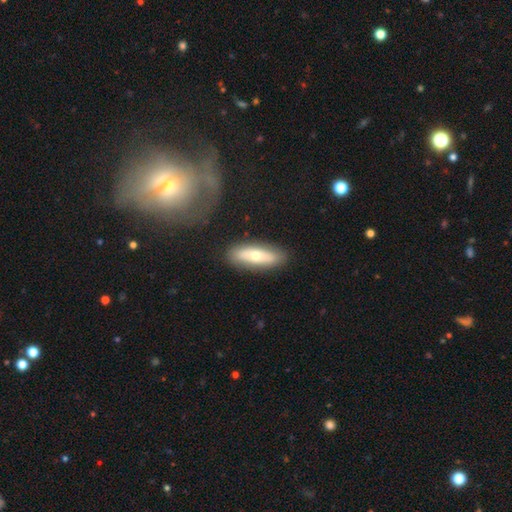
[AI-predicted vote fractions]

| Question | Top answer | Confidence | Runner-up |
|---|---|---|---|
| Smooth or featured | smooth | 56% | featured or disk (38%) |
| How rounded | in between | 61% | cigar-shaped (36%) |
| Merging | none | 84% | minor disturbance (11%) |